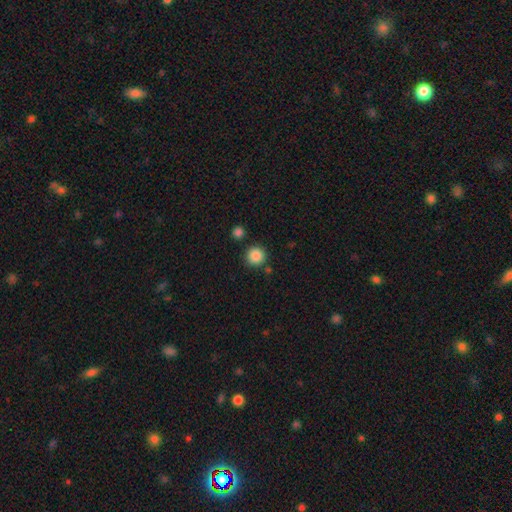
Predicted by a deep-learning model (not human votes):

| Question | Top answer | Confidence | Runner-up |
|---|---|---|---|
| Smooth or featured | smooth | 87% | star or artifact (9%) |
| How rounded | round | 94% | in between (5%) |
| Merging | none | 84% | minor disturbance (8%) |